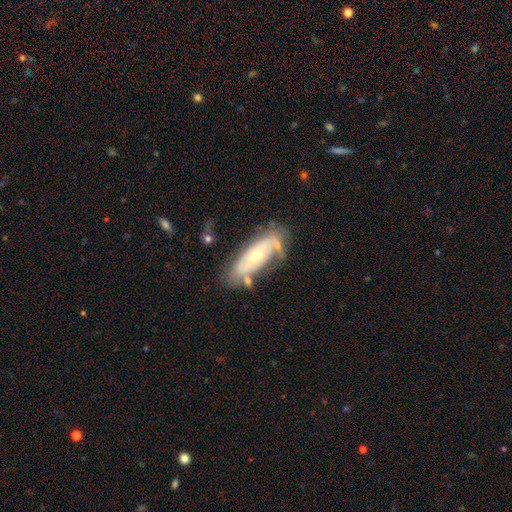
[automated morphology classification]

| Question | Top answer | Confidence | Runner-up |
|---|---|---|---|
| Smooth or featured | featured or disk | 65% | smooth (29%) |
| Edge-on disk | no | 83% | yes (17%) |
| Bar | no | 76% | weak (18%) |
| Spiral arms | yes | 71% | no (29%) |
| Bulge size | small | 52% | moderate (43%) |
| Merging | none | 55% | minor disturbance (24%) |